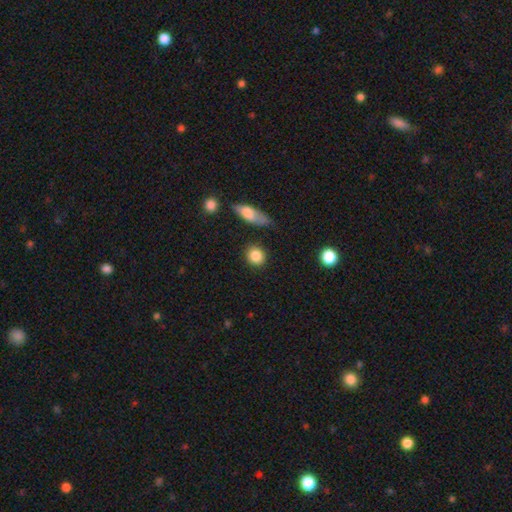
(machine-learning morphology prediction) smooth_or_featured: smooth (p=0.86) [alt: star or artifact p=0.08]
how_rounded: round (p=0.78) [alt: in between p=0.19]
merging: none (p=0.84) [alt: minor disturbance p=0.10]